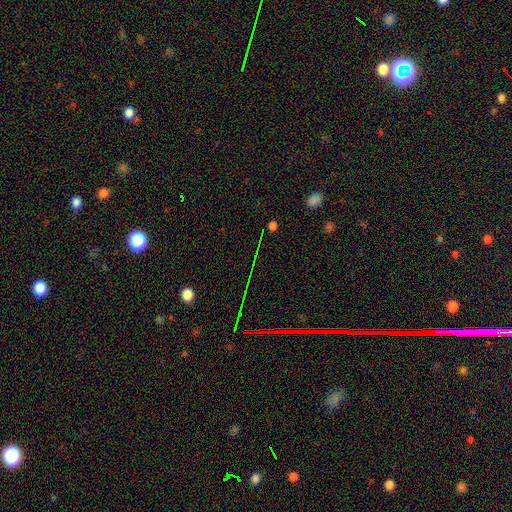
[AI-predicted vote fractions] smooth-or-featured: star or artifact: 73% | smooth: 14% | featured or disk: 12%